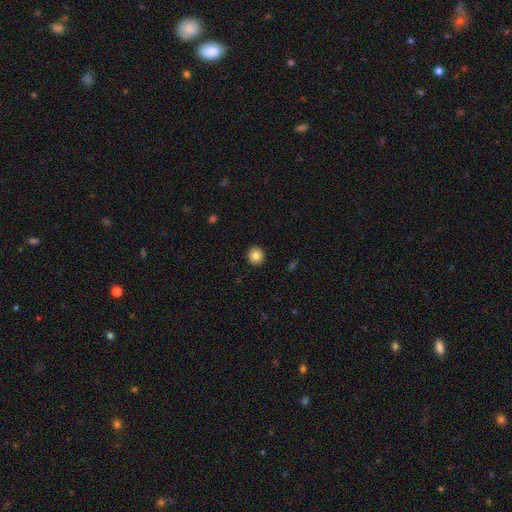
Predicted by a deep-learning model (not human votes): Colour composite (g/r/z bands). It shows a smooth galaxy with no disk features (85%) that is round (90%). Merging: none (93%).